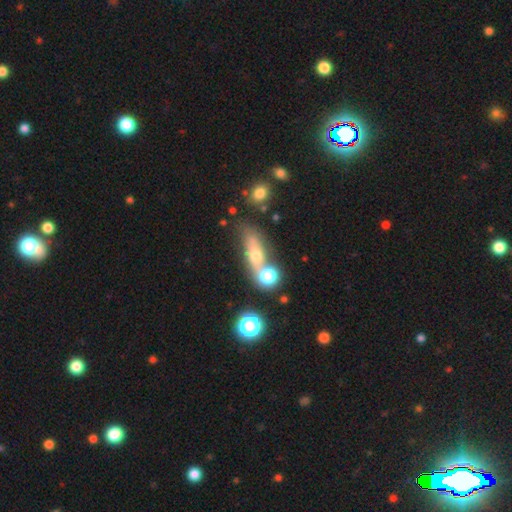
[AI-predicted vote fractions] smooth-or-featured: smooth: 50% | featured or disk: 35% | star or artifact: 15%
  how-rounded: in between: 47% | cigar-shaped: 35% | round: 19%
  merging: none: 45% | merger: 33% | minor disturbance: 14% | major disturbance: 8%